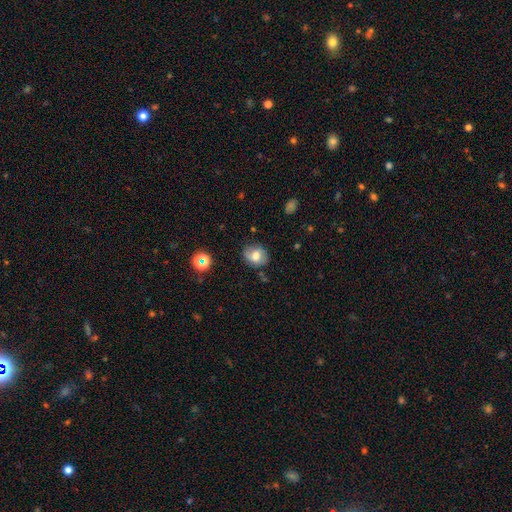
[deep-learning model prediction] smooth_or_featured: smooth (p=0.66) [alt: featured or disk p=0.23]
how_rounded: round (p=0.55) [alt: in between p=0.44]
merging: none (p=0.71) [alt: minor disturbance p=0.21]